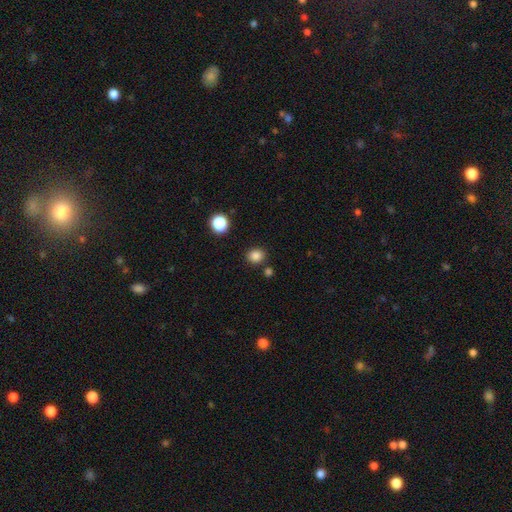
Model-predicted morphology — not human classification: Q: Smooth or featured?
A: smooth (84%); runner-up: star or artifact (12%)
Q: How rounded?
A: round (75%); runner-up: in between (24%)
Q: Merging?
A: none (84%); runner-up: minor disturbance (8%)